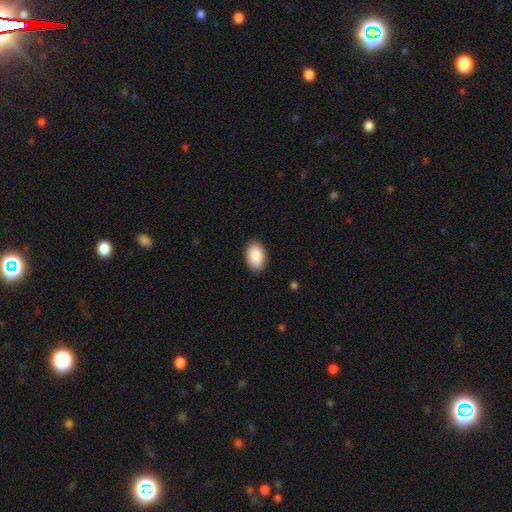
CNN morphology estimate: type=smooth (90%); roundness=in between (93%); merging=none (88%).